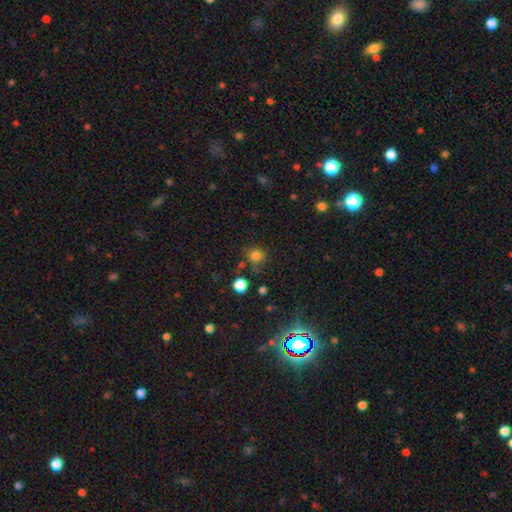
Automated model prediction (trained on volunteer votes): Q: Smooth or featured?
A: smooth (78%); runner-up: star or artifact (16%)
Q: How rounded?
A: round (81%); runner-up: in between (18%)
Q: Merging?
A: none (67%); runner-up: minor disturbance (18%)